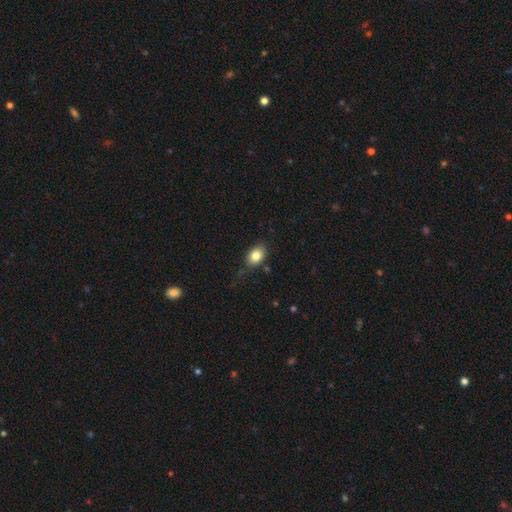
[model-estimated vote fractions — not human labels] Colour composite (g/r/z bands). It shows a smooth galaxy with no disk features (83%) that is in between round and cigar-shaped (79%). Merging: none (74%).